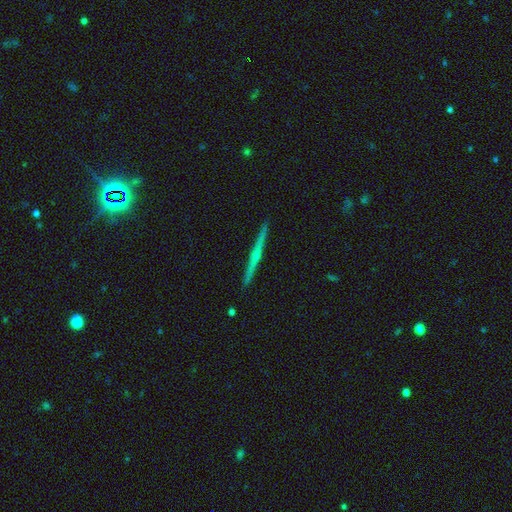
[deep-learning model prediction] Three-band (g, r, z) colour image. It shows a featured or disk galaxy (68%) viewed edge-on (96%) with a rounded central bulge (60%). Merging: none (89%).